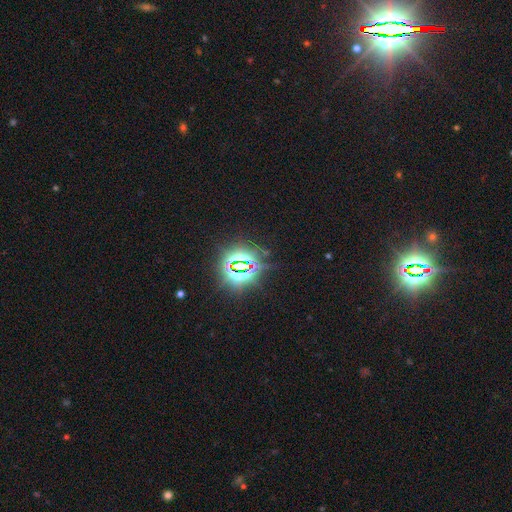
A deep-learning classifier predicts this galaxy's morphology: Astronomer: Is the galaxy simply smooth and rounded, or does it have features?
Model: star or artifact — 83%.